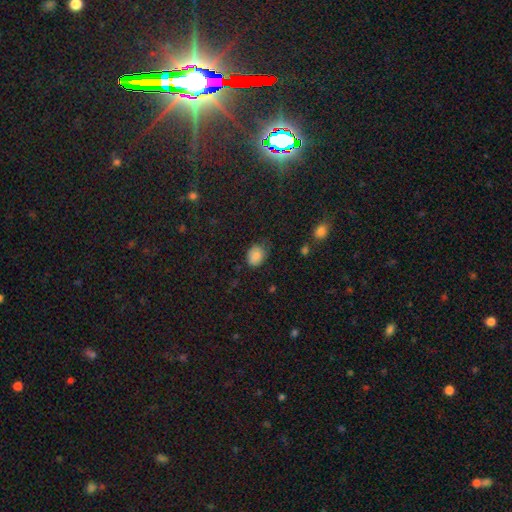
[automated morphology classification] This appears to be a smooth galaxy with no disk features (84%) that is in between round and cigar-shaped (58%). Merging: none (58%).